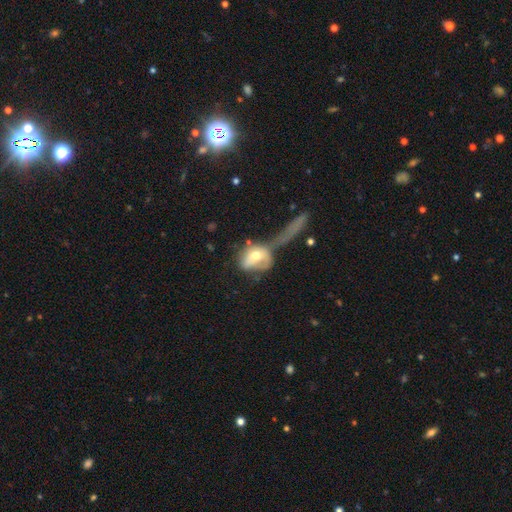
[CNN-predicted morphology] smooth-or-featured: smooth: 60% | featured or disk: 32% | star or artifact: 8%
  how-rounded: in between: 49% | round: 48% | cigar-shaped: 3%
  merging: major disturbance: 44% | merger: 23% | none: 19% | minor disturbance: 14%